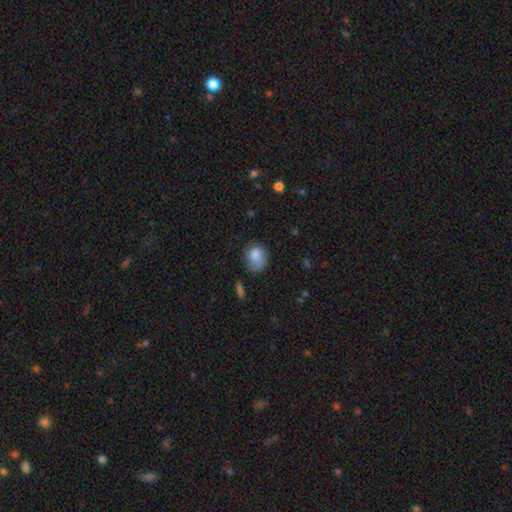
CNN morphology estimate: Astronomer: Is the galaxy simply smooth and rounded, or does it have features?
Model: smooth — 81%.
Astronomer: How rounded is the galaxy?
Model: round — 61% (runner-up: in between, 38%).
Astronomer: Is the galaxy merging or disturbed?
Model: none — 50% (runner-up: minor disturbance, 31%).